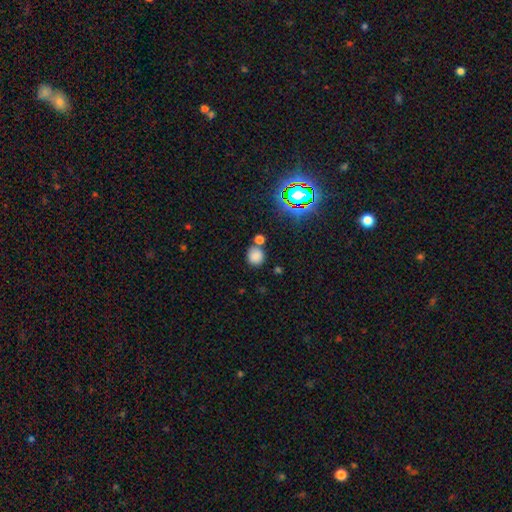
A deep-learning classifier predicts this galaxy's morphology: This is likely a smooth galaxy (78%). How rounded: clearly round (86%). Merging: likely none (68%).